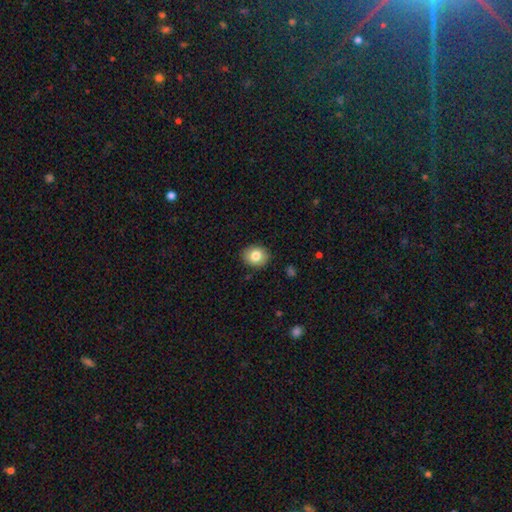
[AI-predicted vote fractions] Q: Smooth or featured?
A: smooth (82%); runner-up: featured or disk (9%)
Q: How rounded?
A: round (64%); runner-up: in between (35%)
Q: Merging?
A: none (88%); runner-up: minor disturbance (9%)